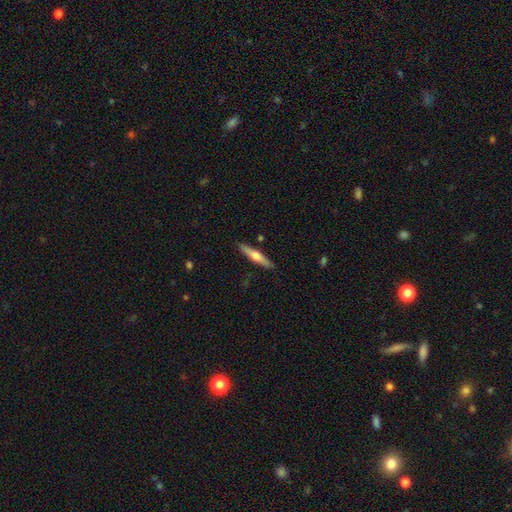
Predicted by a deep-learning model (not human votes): A featured or disk galaxy (48%).

Vote fractions:
- Smooth or featured? featured or disk: 48% / smooth: 46% / star or artifact: 5%
- Merging? none: 89% / minor disturbance: 8% / merger: 2% / major disturbance: 2%